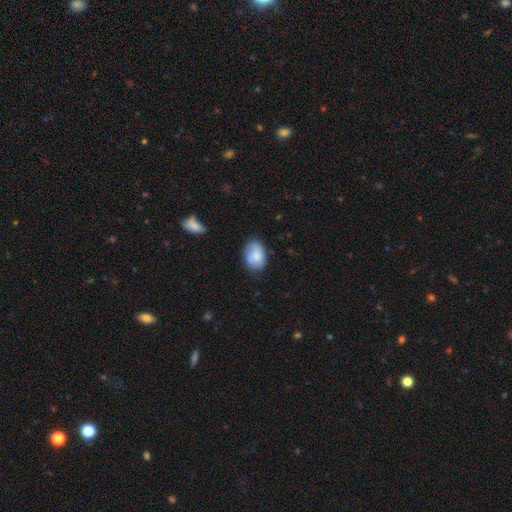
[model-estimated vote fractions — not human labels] Overall: smooth (76%). How rounded: in between (82%). Merging: none (64%; minor disturbance 27%).